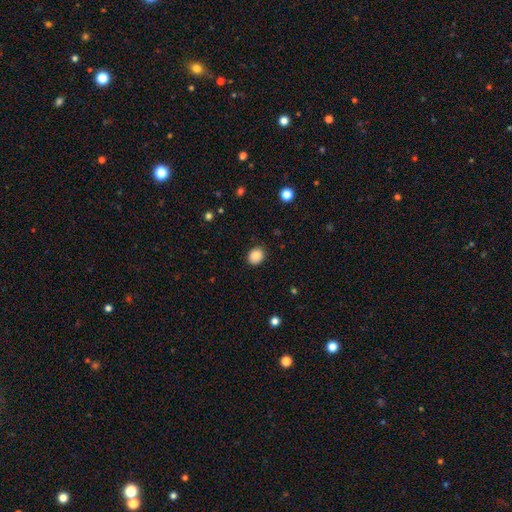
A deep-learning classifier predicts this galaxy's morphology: A smooth galaxy with no disk features (87%) that is round (58%).

Vote fractions:
- Smooth or featured? smooth: 87% / star or artifact: 9% / featured or disk: 4%
- How rounded? round: 58% / in between: 42% / cigar-shaped: 1%
- Merging? none: 88% / minor disturbance: 9% / major disturbance: 2% / merger: 1%